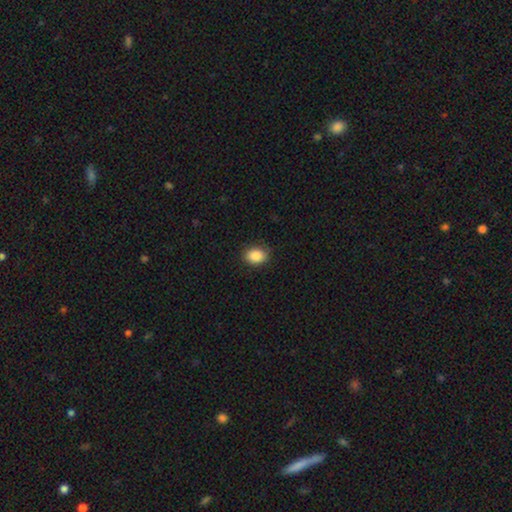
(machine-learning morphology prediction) A smooth galaxy with no disk features (88%) that is in between round and cigar-shaped (65%).

Vote fractions:
- Smooth or featured? smooth: 88% / star or artifact: 8% / featured or disk: 4%
- How rounded? in between: 65% / round: 34% / cigar-shaped: 1%
- Merging? none: 84% / minor disturbance: 12% / major disturbance: 3% / merger: 1%